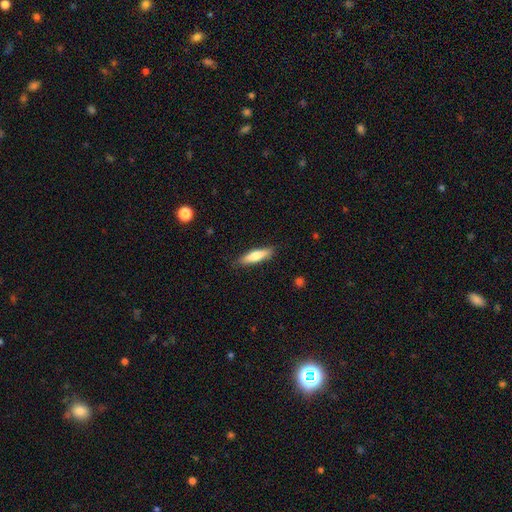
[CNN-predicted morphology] This is likely a smooth galaxy (72%). How rounded: likely cigar-shaped (70%). Merging: clearly none (86%).